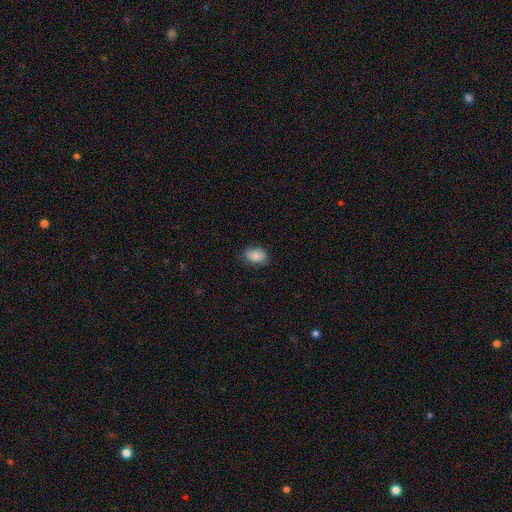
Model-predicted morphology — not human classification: The model was most divided on "merging": none: 77%, minor disturbance: 18%, major disturbance: 4%, merger: 1%. More confident: smooth or featured — smooth (87%); how rounded — in between (85%).